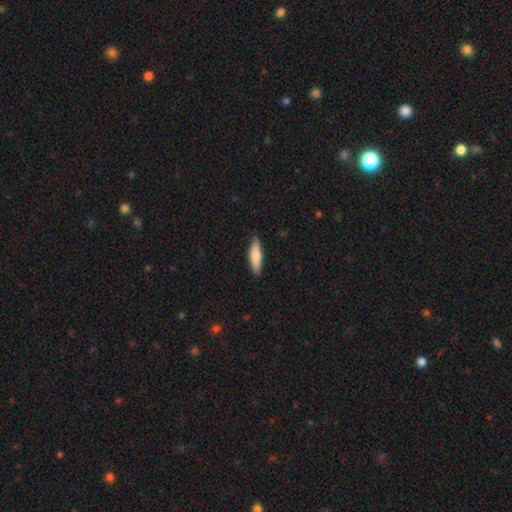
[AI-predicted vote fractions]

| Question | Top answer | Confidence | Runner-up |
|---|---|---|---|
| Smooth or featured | smooth | 80% | featured or disk (15%) |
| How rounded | cigar-shaped | 69% | in between (30%) |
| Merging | none | 89% | minor disturbance (8%) |